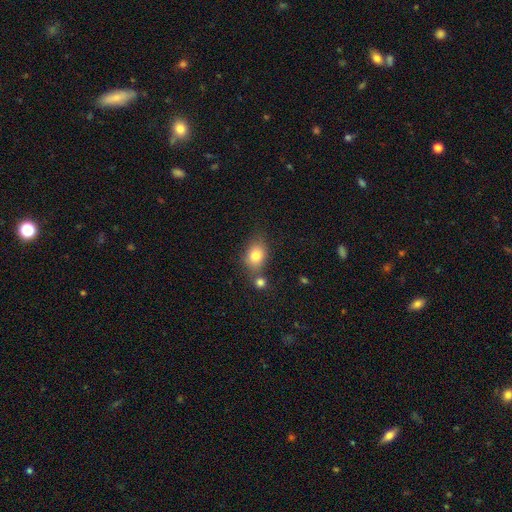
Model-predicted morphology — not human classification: The model was most divided on "how rounded": in between: 60%, round: 39%, cigar-shaped: 1%. More confident: smooth or featured — smooth (80%); merging — none (59%).